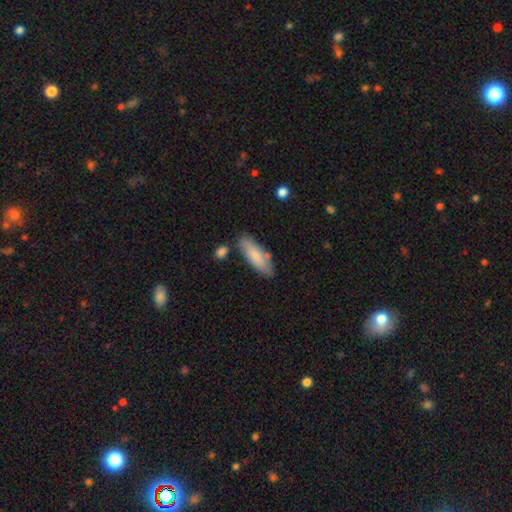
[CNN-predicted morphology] A smooth galaxy with no disk features (81%) that is in between round and cigar-shaped (59%). Merging: none (76%).